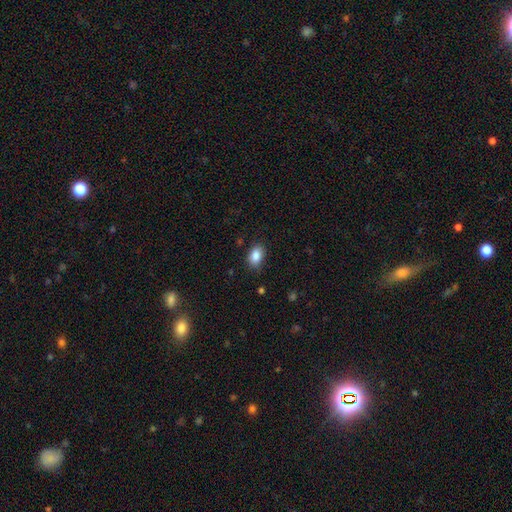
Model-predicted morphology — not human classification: Q: Smooth or featured?
A: smooth (87%); runner-up: star or artifact (8%)
Q: How rounded?
A: in between (85%); runner-up: round (14%)
Q: Merging?
A: none (83%); runner-up: minor disturbance (13%)